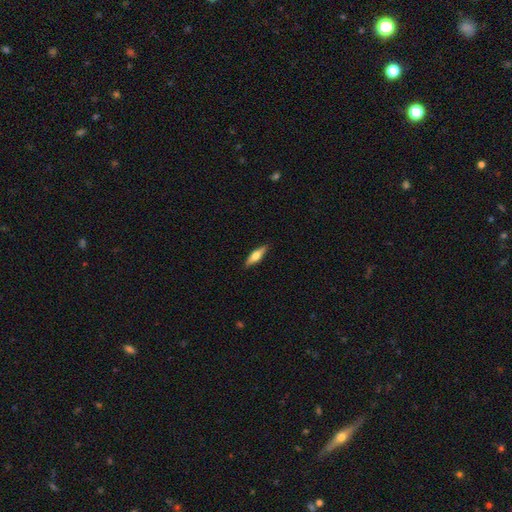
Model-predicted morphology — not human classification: This is possibly a smooth galaxy (49%). Merging: clearly none (89%).